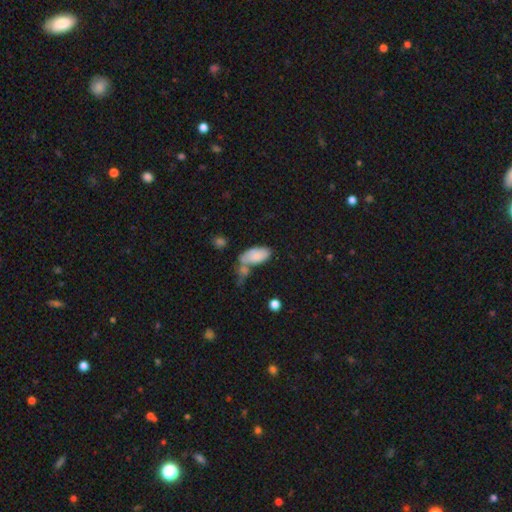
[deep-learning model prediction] smooth 79%, featured or disk 13%, star or artifact 7%. Down the decision tree: how rounded — in between (92%); merging — none (36%).